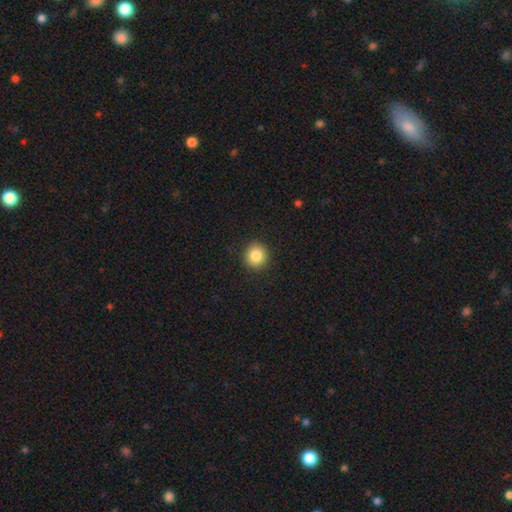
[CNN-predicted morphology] Smooth or featured: smooth — 85% (star or artifact — 10%)
How rounded: round — 91% (in between — 8%)
Merging: none — 91% (minor disturbance — 6%)